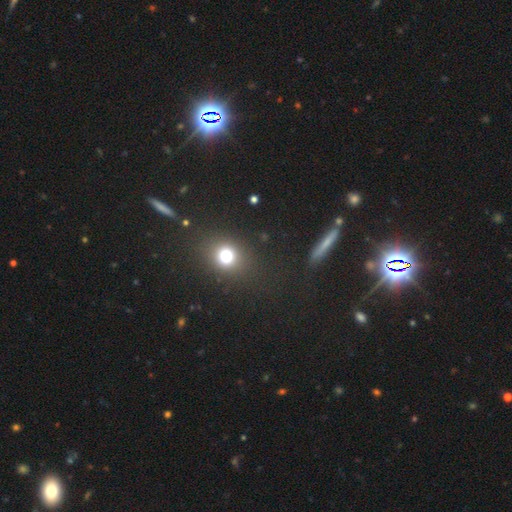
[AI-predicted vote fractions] Q: Smooth or featured?
A: smooth (45%); tied with: star or artifact (45%)
Q: Merging?
A: none (85%); runner-up: minor disturbance (8%)